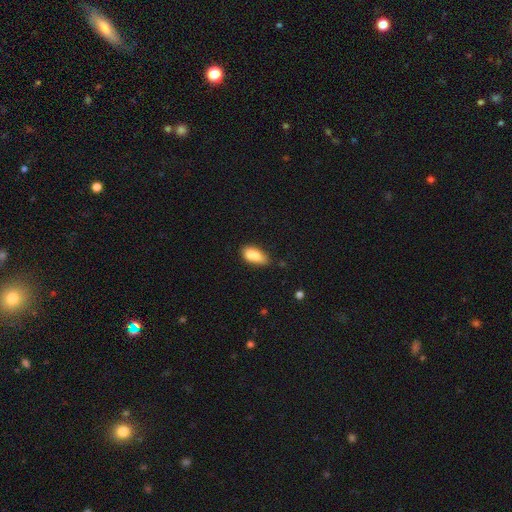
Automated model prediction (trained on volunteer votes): Smooth or featured? smooth (82%)
How rounded? in between (86%)
Merging? none (56%)